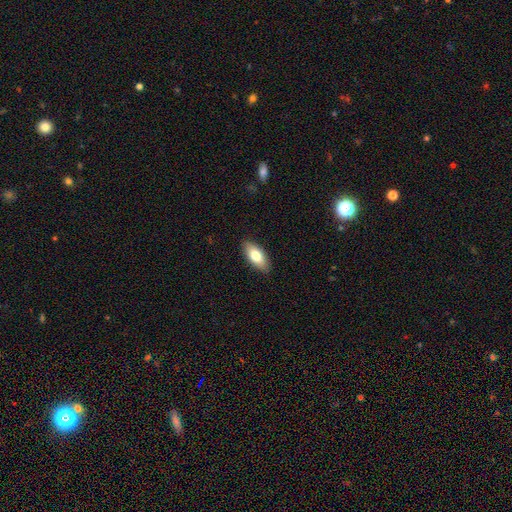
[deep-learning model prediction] Morphology: type=smooth (77%); roundness=in between (87%); merging=none (89%).